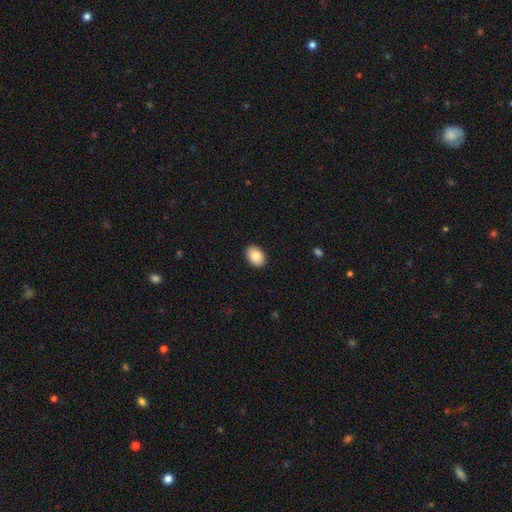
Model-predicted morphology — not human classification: Smooth or featured: smooth — 86% (star or artifact — 7%)
How rounded: in between — 80% (round — 19%)
Merging: none — 90% (minor disturbance — 7%)